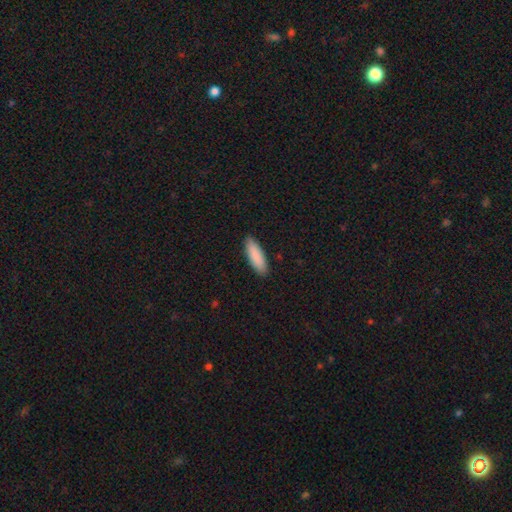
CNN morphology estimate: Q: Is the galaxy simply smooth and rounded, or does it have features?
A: smooth — 89%.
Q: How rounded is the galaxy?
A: cigar-shaped — 50%.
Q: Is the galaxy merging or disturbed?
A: none — 89%.